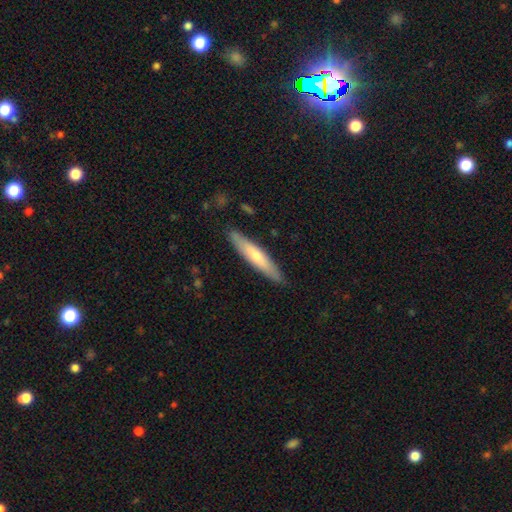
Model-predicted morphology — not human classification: This is likely a smooth galaxy (64%). How rounded: clearly cigar-shaped (90%). Merging: clearly none (88%).